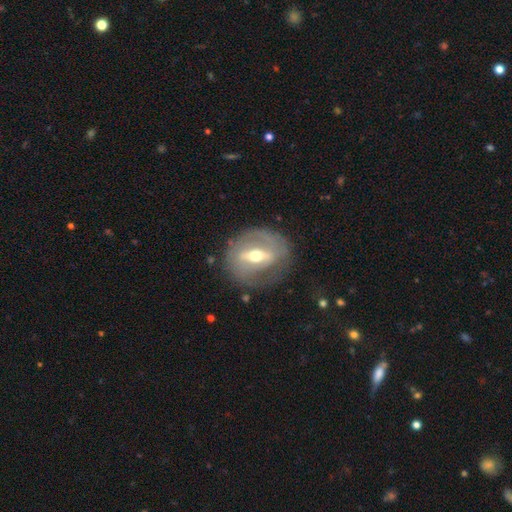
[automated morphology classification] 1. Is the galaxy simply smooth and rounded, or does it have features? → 76% featured or disk, 18% smooth, 6% star or artifact.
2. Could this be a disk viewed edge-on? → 84% no, 16% yes.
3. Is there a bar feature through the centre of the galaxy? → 63% strong, 28% weak, 10% no.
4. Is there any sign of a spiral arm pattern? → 52% no, 48% yes.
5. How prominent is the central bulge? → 70% moderate, 21% small, 8% large, 1% dominant, 1% none.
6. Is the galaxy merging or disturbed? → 74% none, 15% minor disturbance, 9% major disturbance, 2% merger.